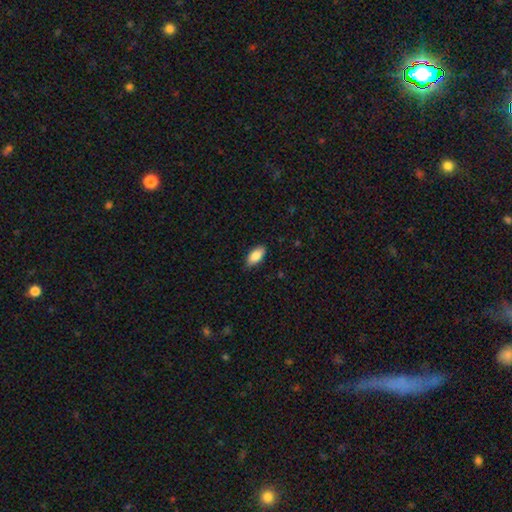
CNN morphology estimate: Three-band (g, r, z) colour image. It shows a smooth galaxy with no disk features (87%) that is in between round and cigar-shaped (90%). Merging: none (84%).